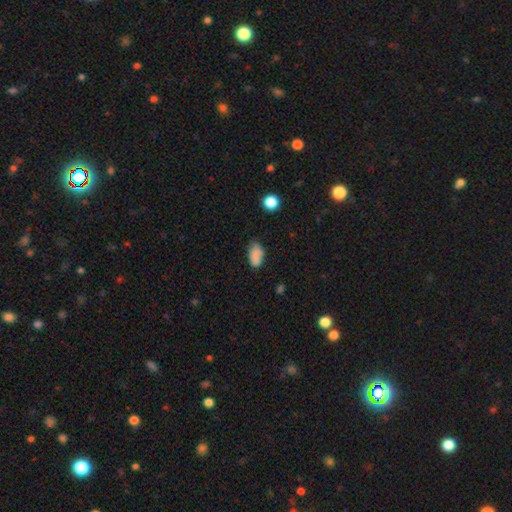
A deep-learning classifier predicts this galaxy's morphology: smooth_or_featured: smooth (p=0.83) [alt: star or artifact p=0.09]
how_rounded: in between (p=0.91) [alt: round p=0.06]
merging: none (p=0.61) [alt: minor disturbance p=0.29]